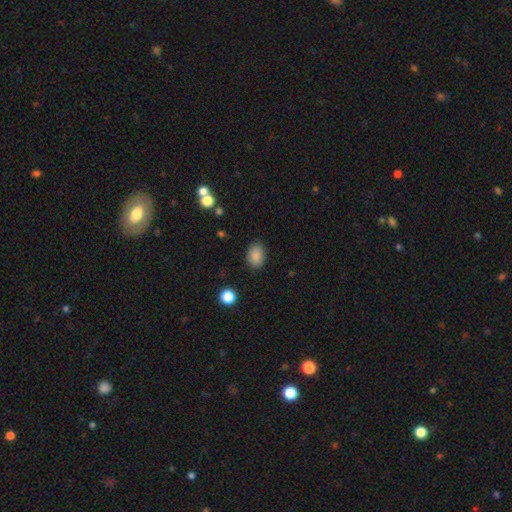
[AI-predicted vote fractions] Morphology: type=smooth (87%); roundness=in between (80%); merging=none (87%).